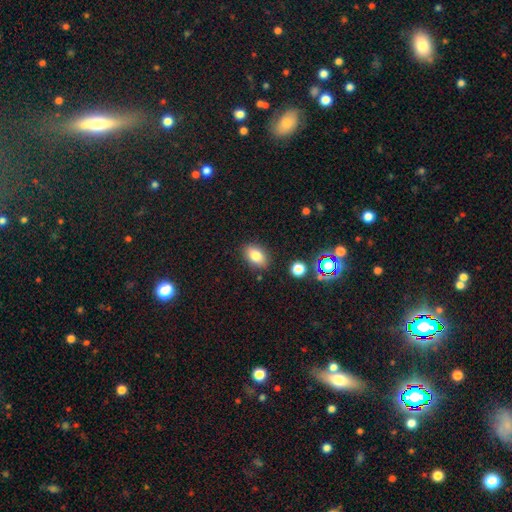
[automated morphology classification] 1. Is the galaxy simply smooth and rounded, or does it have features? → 81% smooth, 10% star or artifact, 8% featured or disk.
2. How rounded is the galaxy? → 86% in between, 12% round, 2% cigar-shaped.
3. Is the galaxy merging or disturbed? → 85% none, 10% minor disturbance, 3% major disturbance, 2% merger.